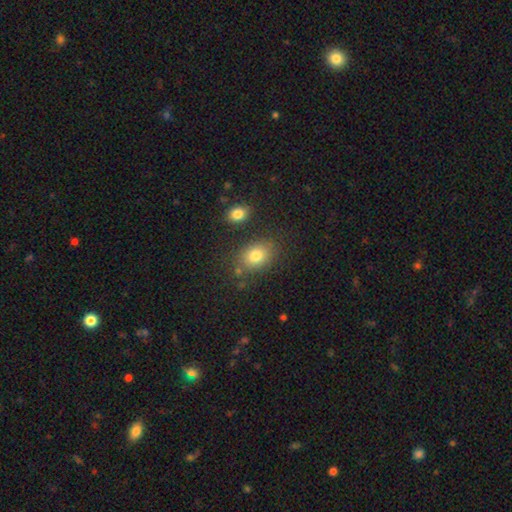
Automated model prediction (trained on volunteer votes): A smooth galaxy with no disk features (79%) that is in between round and cigar-shaped (68%). Merging: none (76%).